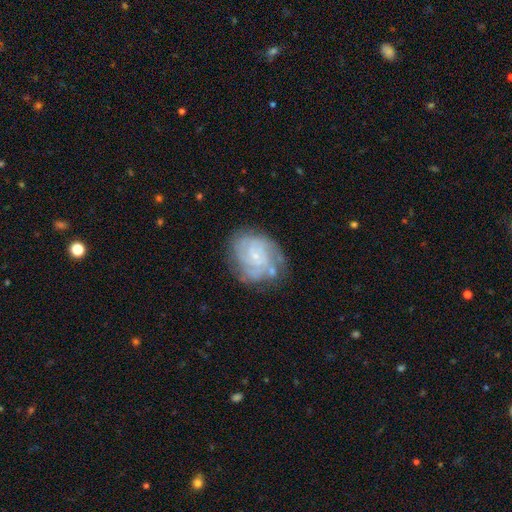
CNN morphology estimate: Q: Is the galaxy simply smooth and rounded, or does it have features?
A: featured or disk — 76%.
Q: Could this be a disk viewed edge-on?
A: no — 98%.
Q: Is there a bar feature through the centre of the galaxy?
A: no — 63%.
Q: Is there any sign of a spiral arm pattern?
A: yes — 90%.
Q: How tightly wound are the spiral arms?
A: tight — 62%.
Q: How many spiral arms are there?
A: can't tell — 38%.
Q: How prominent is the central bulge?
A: small — 76%.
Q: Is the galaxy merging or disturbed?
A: none — 65%.